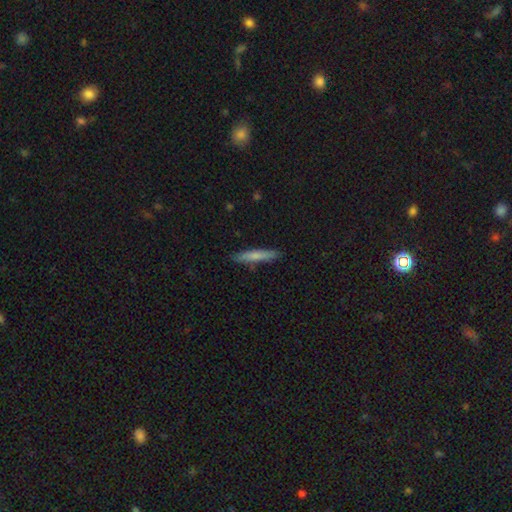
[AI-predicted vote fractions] smooth-or-featured: smooth: 71% | featured or disk: 23% | star or artifact: 6%
  how-rounded: cigar-shaped: 92% | in between: 7% | round: 1%
  merging: none: 86% | minor disturbance: 10% | merger: 2% | major disturbance: 2%